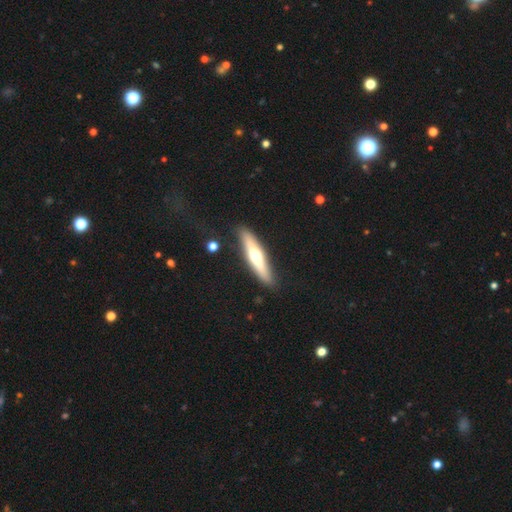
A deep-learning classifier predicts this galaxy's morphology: Smooth or featured?
  - featured or disk: 52% *
  - smooth: 43%
  - star or artifact: 5%
Edge-on disk?
  - yes: 90% *
  - no: 10%
Merging?
  - none: 87% *
  - minor disturbance: 9%
  - major disturbance: 2%
  - merger: 2%